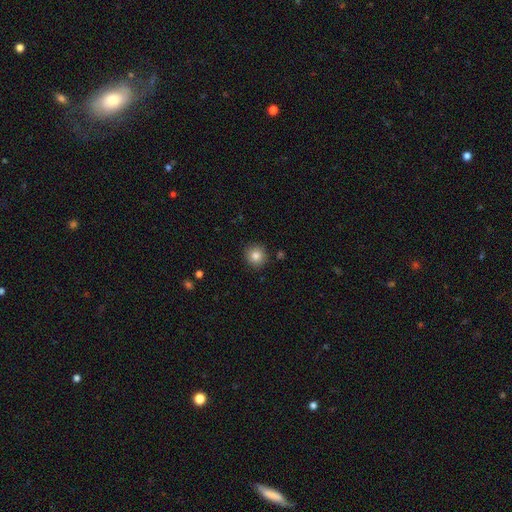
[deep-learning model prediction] This is clearly a smooth galaxy (83%). How rounded: clearly round (93%). Merging: clearly none (90%).